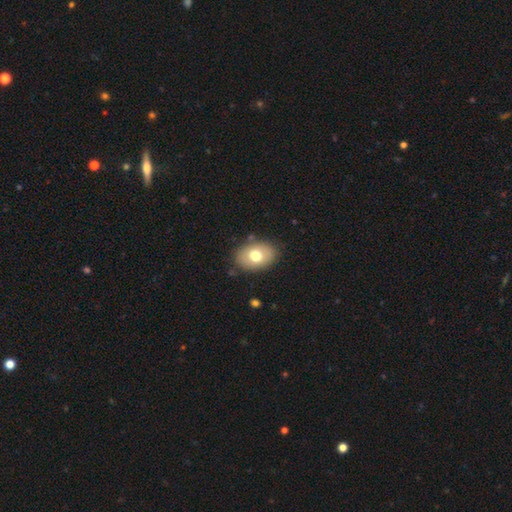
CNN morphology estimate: A smooth galaxy with no disk features (71%) that is in between round and cigar-shaped (81%).

Vote fractions:
- Smooth or featured? smooth: 71% / featured or disk: 21% / star or artifact: 8%
- How rounded? in between: 81% / round: 18% / cigar-shaped: 1%
- Merging? none: 84% / minor disturbance: 11% / major disturbance: 3% / merger: 2%